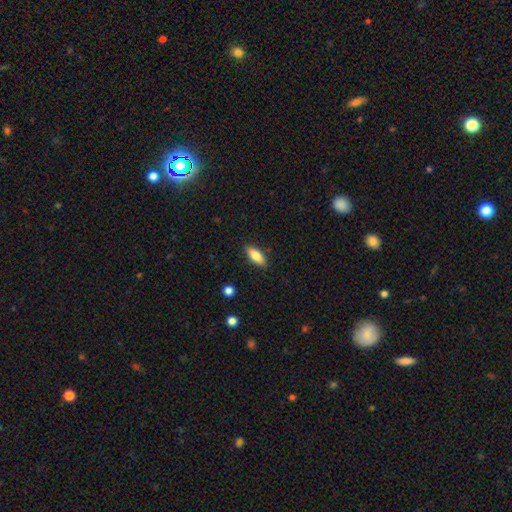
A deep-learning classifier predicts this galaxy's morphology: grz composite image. It shows a smooth galaxy with no disk features (77%) that is in between round and cigar-shaped (74%). Merging: none (88%).